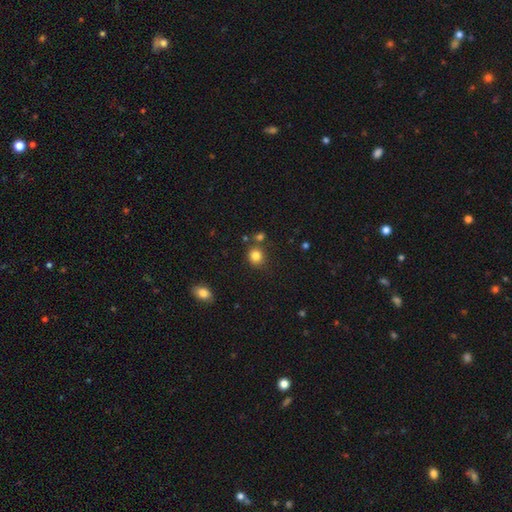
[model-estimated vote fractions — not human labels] Smooth or featured? smooth (83%)
How rounded? round (79%)
Merging? none (76%)